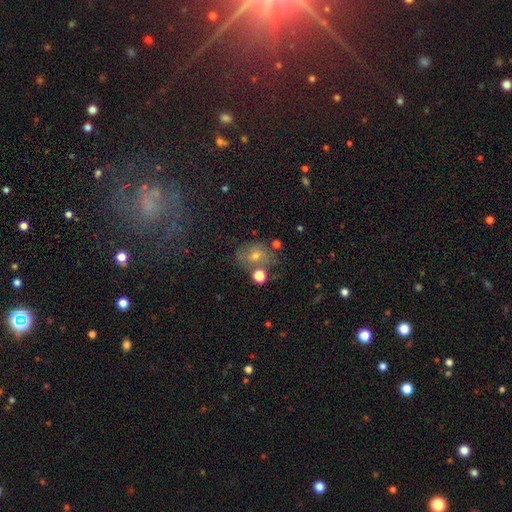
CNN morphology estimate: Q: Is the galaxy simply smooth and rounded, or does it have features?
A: smooth — 44%.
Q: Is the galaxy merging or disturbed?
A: none — 62%.